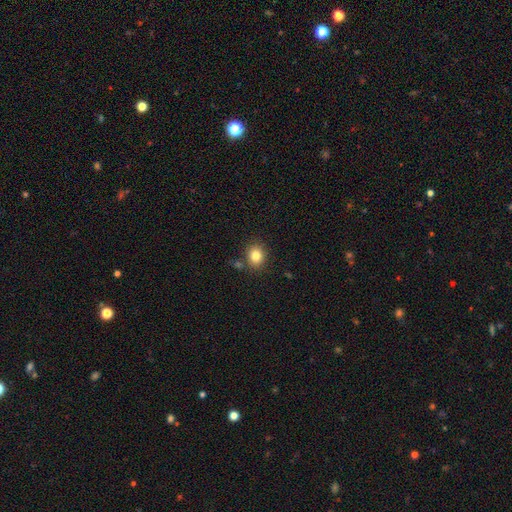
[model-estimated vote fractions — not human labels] Smooth or featured: smooth — 83% (star or artifact — 11%)
How rounded: round — 66% (in between — 33%)
Merging: none — 81% (minor disturbance — 10%)